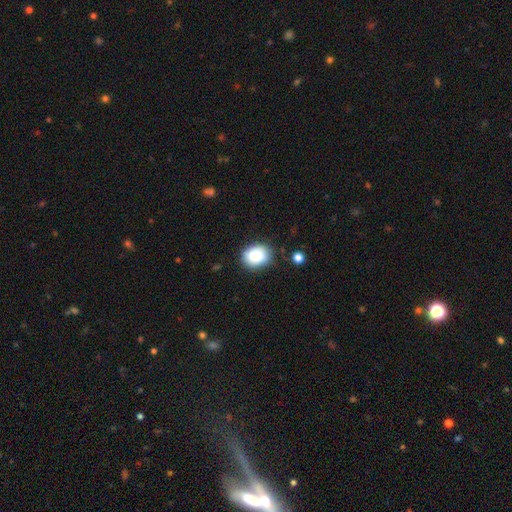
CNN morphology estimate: Smooth or featured? smooth (84%)
How rounded? in between (55%)
Merging? none (79%)